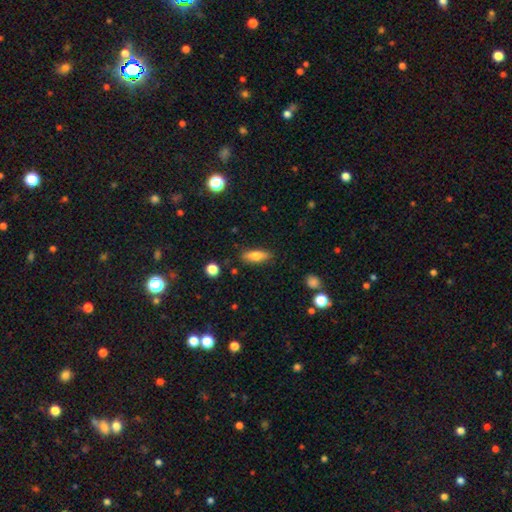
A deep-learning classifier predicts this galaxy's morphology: Q: Smooth or featured?
A: smooth (72%); runner-up: featured or disk (20%)
Q: How rounded?
A: in between (58%); runner-up: cigar-shaped (40%)
Q: Merging?
A: none (85%); runner-up: minor disturbance (11%)